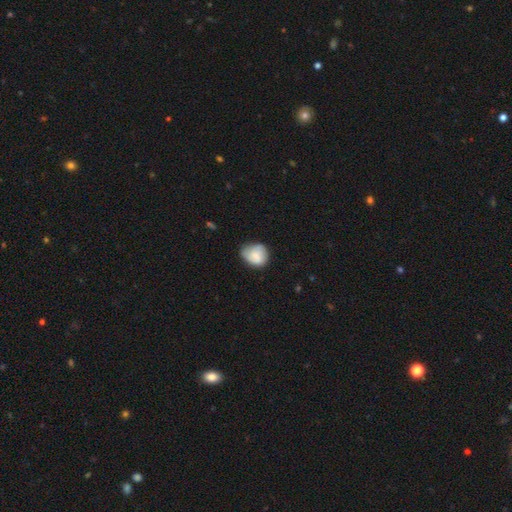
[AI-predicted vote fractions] This is likely a smooth galaxy (72%). How rounded: likely round (61%). Merging: possibly none (51%).